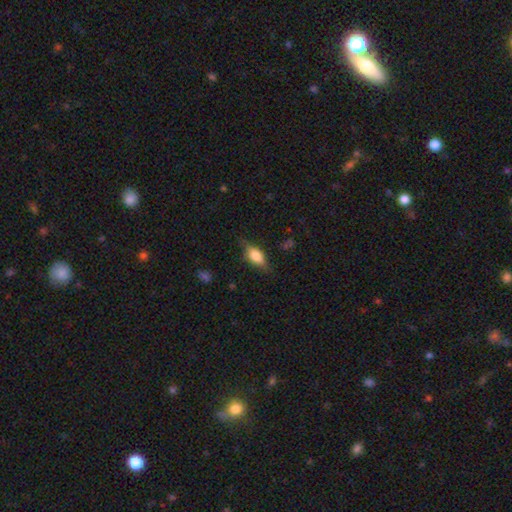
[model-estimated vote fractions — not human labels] smooth_or_featured: smooth (p=0.53) [alt: featured or disk p=0.38]
how_rounded: in between (p=0.77) [alt: cigar-shaped p=0.16]
merging: none (p=0.71) [alt: minor disturbance p=0.22]